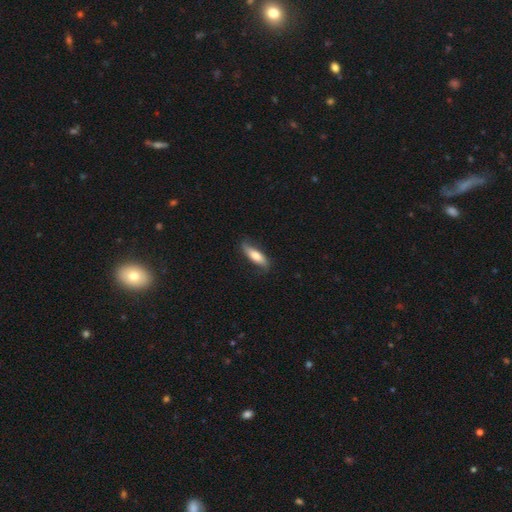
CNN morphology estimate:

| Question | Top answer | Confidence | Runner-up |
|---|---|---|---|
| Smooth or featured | smooth | 61% | featured or disk (33%) |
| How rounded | cigar-shaped | 53% | in between (44%) |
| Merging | none | 72% | minor disturbance (22%) |